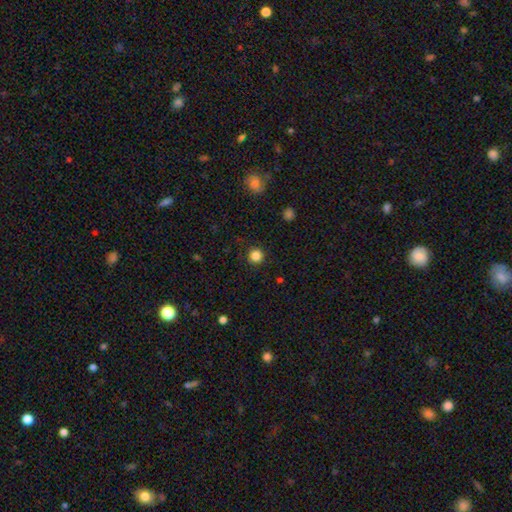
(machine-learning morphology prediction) smooth 85%, star or artifact 12%, featured or disk 4%. Down the decision tree: how rounded — round (95%); merging — none (91%).